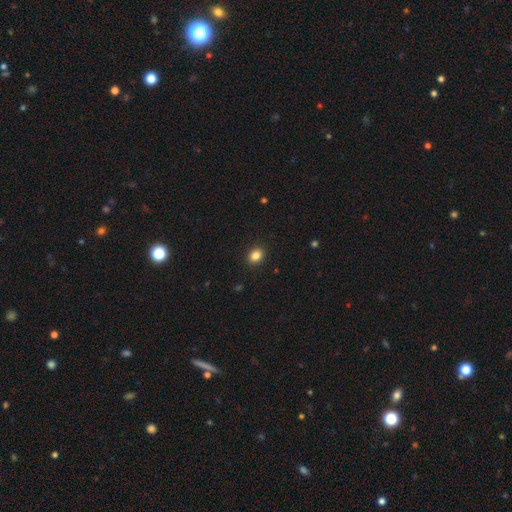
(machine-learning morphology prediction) Smooth or featured?
  - smooth: 85% *
  - star or artifact: 11%
  - featured or disk: 5%
How rounded?
  - round: 52% *
  - in between: 47%
  - cigar-shaped: 1%
Merging?
  - none: 91% *
  - minor disturbance: 6%
  - major disturbance: 2%
  - merger: 1%